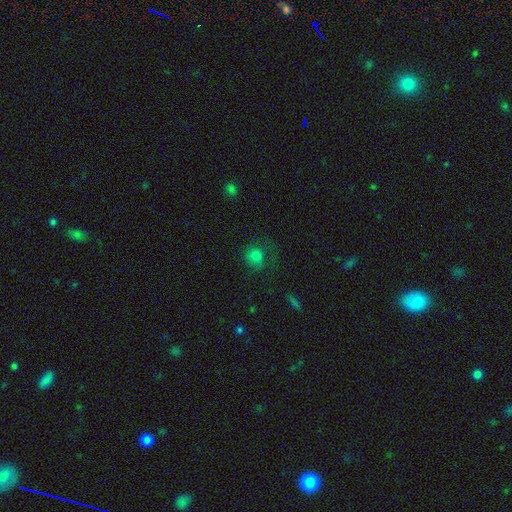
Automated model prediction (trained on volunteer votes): smooth 78%, star or artifact 16%, featured or disk 6%. Down the decision tree: how rounded — round (83%); merging — none (63%).